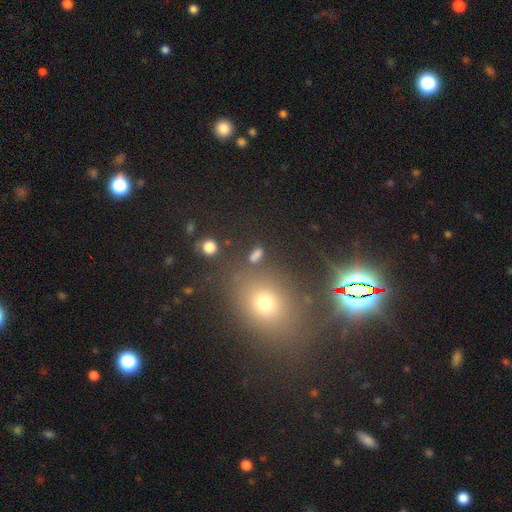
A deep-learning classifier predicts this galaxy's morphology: Smooth or featured: smooth — 62% (star or artifact — 28%)
How rounded: in between — 53% (round — 41%)
Merging: none — 77% (minor disturbance — 9%)